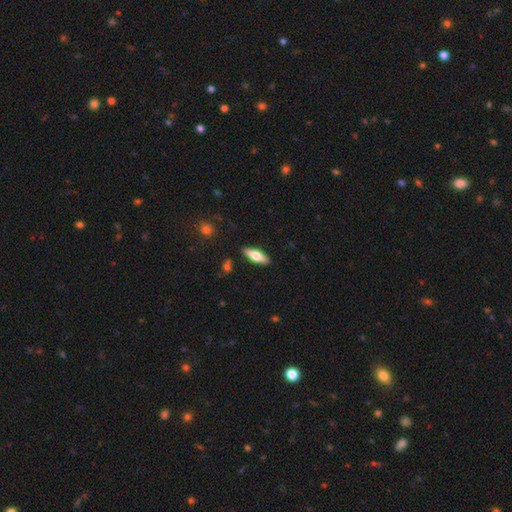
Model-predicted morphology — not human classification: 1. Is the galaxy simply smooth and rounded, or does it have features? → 49% smooth, 45% featured or disk, 6% star or artifact.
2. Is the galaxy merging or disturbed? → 89% none, 8% minor disturbance, 2% major disturbance, 1% merger.